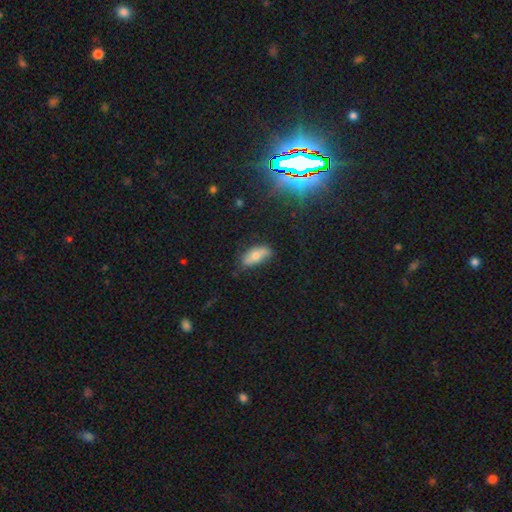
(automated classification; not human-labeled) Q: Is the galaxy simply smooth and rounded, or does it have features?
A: smooth — 57%.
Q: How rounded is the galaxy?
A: in between — 85%.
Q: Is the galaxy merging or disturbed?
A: none — 61%.